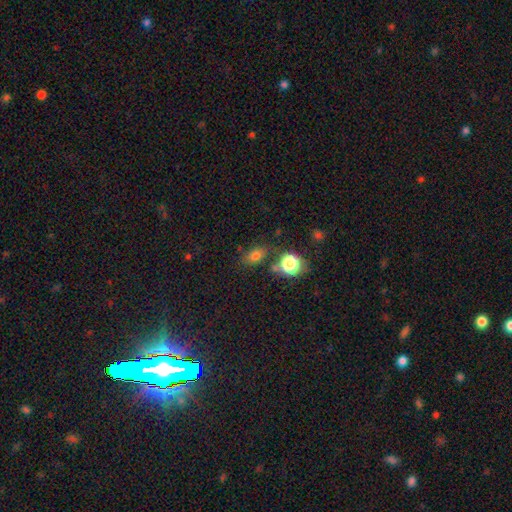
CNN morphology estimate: Smooth or featured? Predicted: smooth (p=0.73). How rounded? Predicted: in between (p=0.72). Merging? Predicted: none (p=0.70).